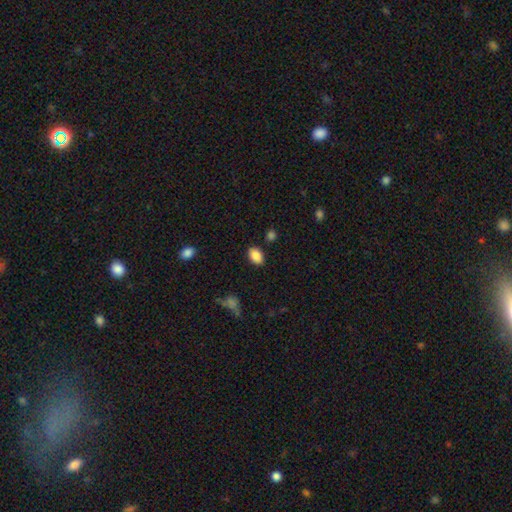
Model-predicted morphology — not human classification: smooth 87%, star or artifact 8%, featured or disk 5%. Down the decision tree: how rounded — in between (85%); merging — none (86%).